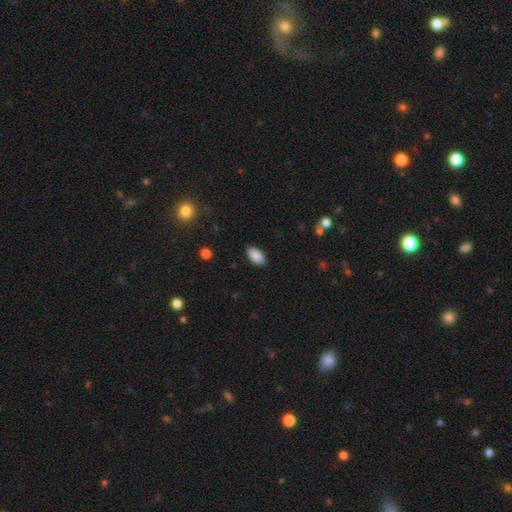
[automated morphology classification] Overall: smooth (89%). How rounded: in between (94%). Merging: none (86%).